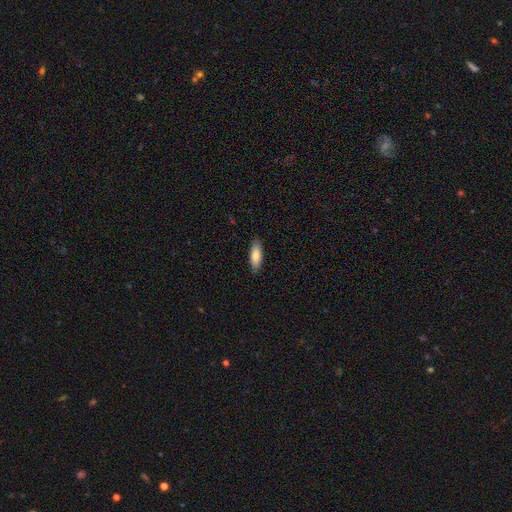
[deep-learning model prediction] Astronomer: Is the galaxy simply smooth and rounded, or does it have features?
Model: smooth — 81%.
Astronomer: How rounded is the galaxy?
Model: in between — 61% (runner-up: cigar-shaped, 37%).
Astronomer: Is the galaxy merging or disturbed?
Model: none — 88%.